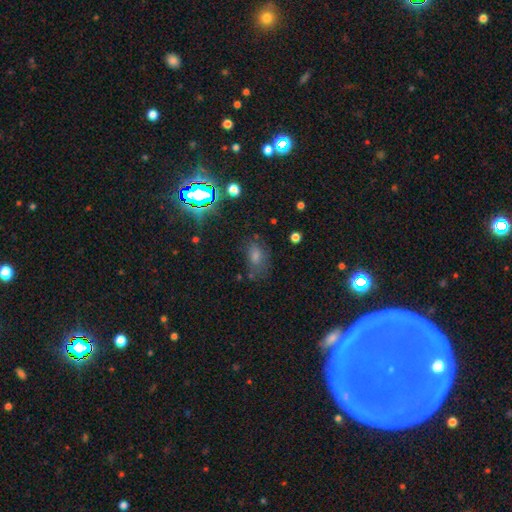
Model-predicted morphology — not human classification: This is likely a smooth galaxy (65%). How rounded: clearly in between (84%). Merging: possibly none (57%).